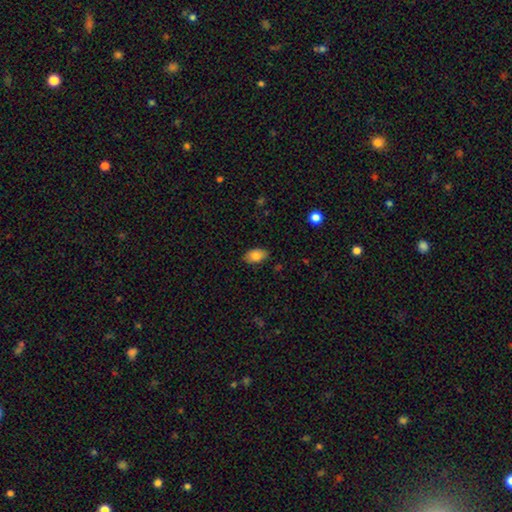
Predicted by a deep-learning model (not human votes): Smooth or featured? smooth (82%)
How rounded? in between (92%)
Merging? none (85%)